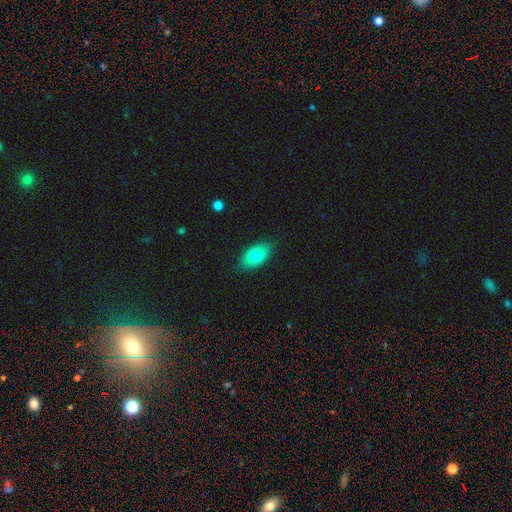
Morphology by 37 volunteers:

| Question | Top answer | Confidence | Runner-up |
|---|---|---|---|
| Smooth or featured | smooth | 70% | featured or disk (22%) |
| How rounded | in between | 96% | round (4%) |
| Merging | none | 91% | minor disturbance (6%) |